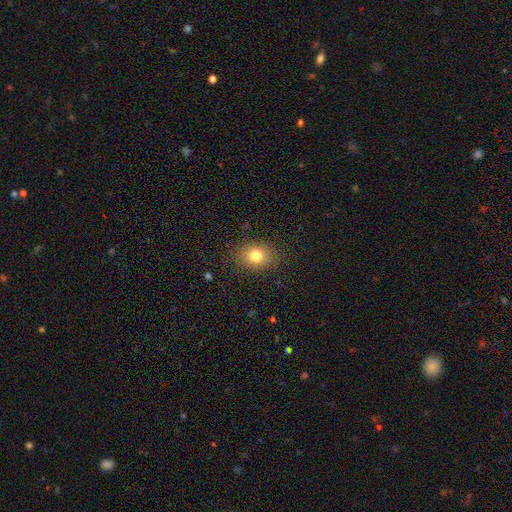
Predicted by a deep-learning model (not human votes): Q: Smooth or featured?
A: smooth (80%); runner-up: star or artifact (12%)
Q: How rounded?
A: round (52%); runner-up: in between (47%)
Q: Merging?
A: none (85%); runner-up: minor disturbance (10%)